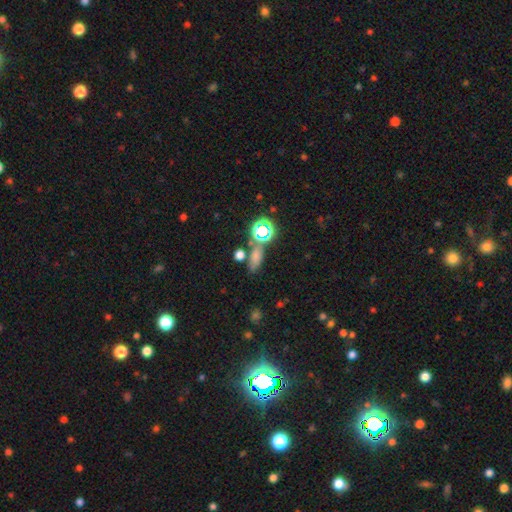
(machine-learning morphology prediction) Smooth or featured? Predicted: smooth (p=0.63). How rounded? Predicted: in between (p=0.65). Merging? Predicted: none (p=0.64).